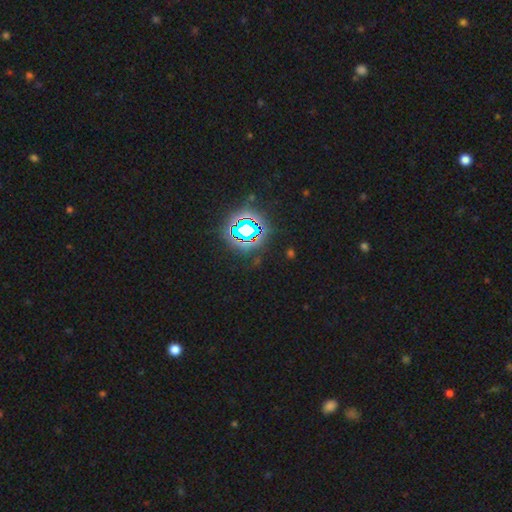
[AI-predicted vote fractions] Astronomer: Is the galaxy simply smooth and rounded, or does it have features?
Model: star or artifact — 82%.